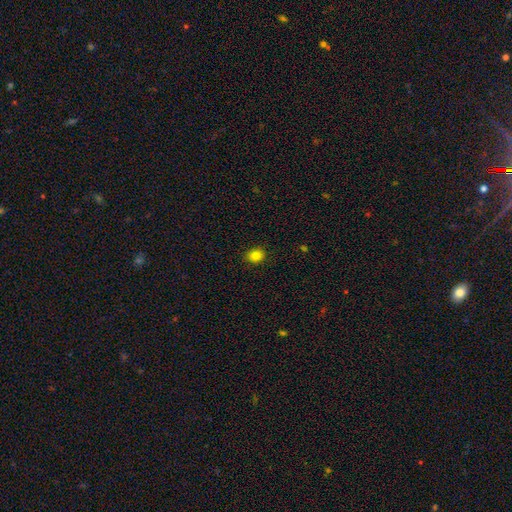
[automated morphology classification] Smooth or featured: smooth — 83% (star or artifact — 12%)
How rounded: round — 57% (in between — 42%)
Merging: none — 89% (minor disturbance — 8%)